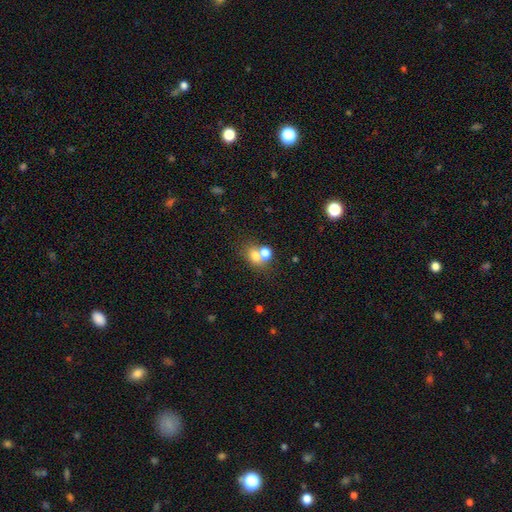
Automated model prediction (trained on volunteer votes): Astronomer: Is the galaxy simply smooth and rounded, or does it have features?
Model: smooth — 71%.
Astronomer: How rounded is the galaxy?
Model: round — 51% (runner-up: in between, 47%).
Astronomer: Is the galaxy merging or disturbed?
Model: merger — 51% (runner-up: none, 36%).